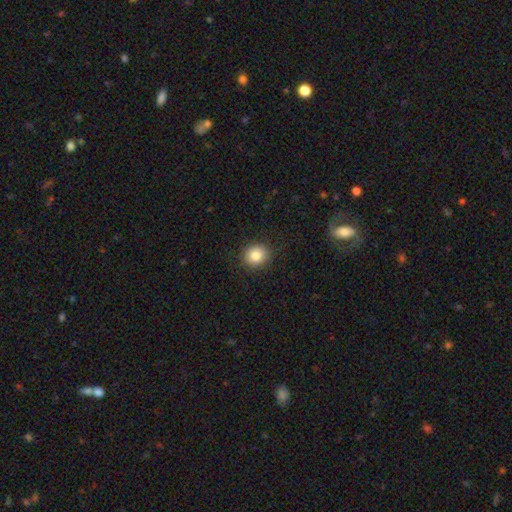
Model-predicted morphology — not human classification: smooth 84%, star or artifact 10%, featured or disk 6%. Down the decision tree: how rounded — round (82%); merging — none (89%).